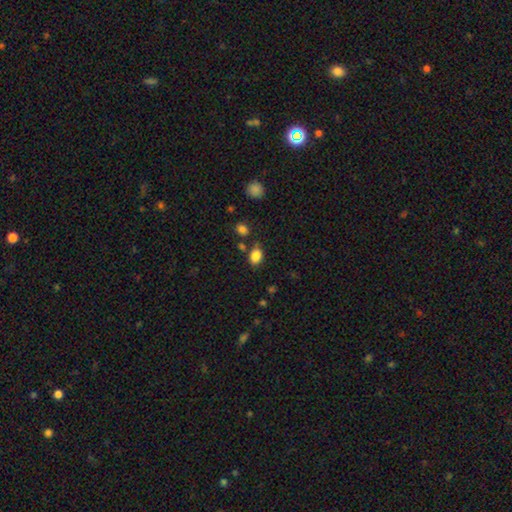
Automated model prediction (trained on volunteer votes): Smooth or featured?
  - smooth: 86% *
  - star or artifact: 10%
  - featured or disk: 5%
How rounded?
  - in between: 70% *
  - round: 29%
  - cigar-shaped: 1%
Merging?
  - none: 74% *
  - minor disturbance: 15%
  - merger: 7%
  - major disturbance: 4%